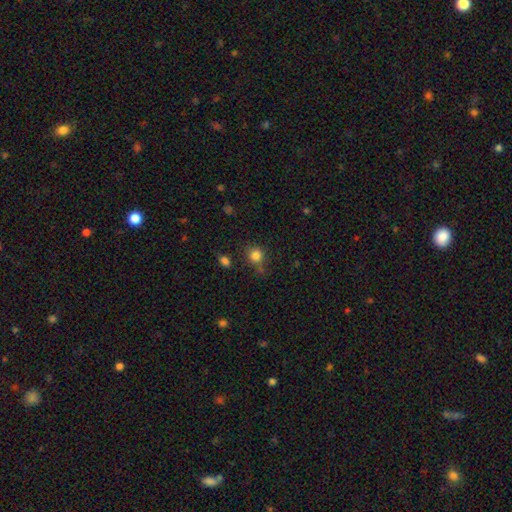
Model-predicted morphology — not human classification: smooth_or_featured: smooth (p=0.82) [alt: star or artifact p=0.12]
how_rounded: round (p=0.87) [alt: in between p=0.12]
merging: none (p=0.68) [alt: minor disturbance p=0.18]